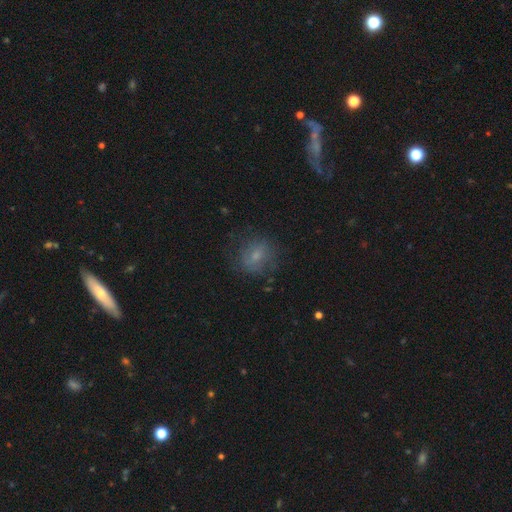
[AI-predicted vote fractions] Q: Smooth or featured?
A: smooth (60%); runner-up: featured or disk (27%)
Q: How rounded?
A: round (66%); runner-up: in between (32%)
Q: Merging?
A: none (70%); runner-up: minor disturbance (18%)